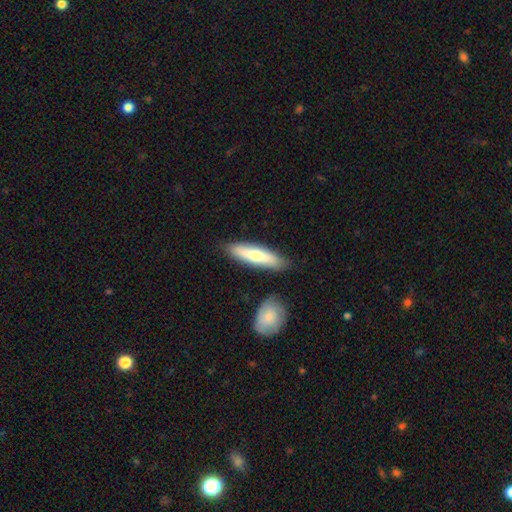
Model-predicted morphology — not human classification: Overall: smooth (62%; featured or disk 33%). How rounded: cigar-shaped (67%; in between 31%). Merging: none (83%).